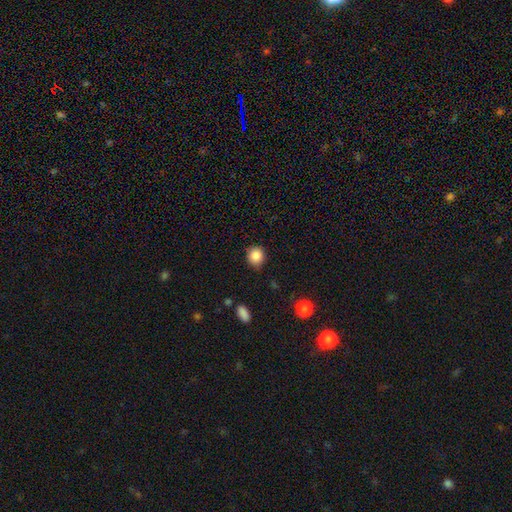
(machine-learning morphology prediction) type=smooth (87%); roundness=round (85%); merging=none (85%).